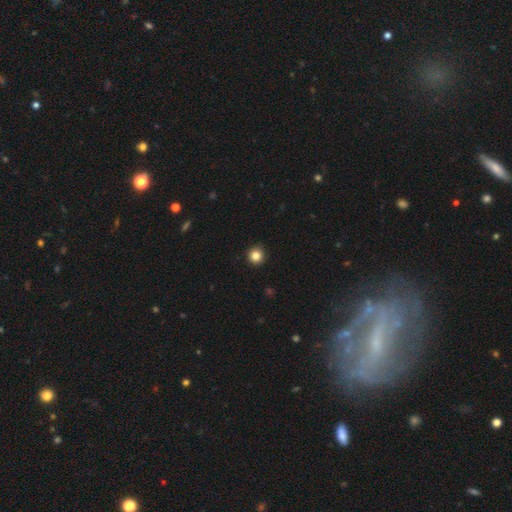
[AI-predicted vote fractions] A smooth galaxy with no disk features (84%) that is round (94%).

Vote fractions:
- Smooth or featured? smooth: 84% / star or artifact: 11% / featured or disk: 5%
- How rounded? round: 94% / in between: 5% / cigar-shaped: 1%
- Merging? none: 92% / minor disturbance: 5% / major disturbance: 1% / merger: 1%